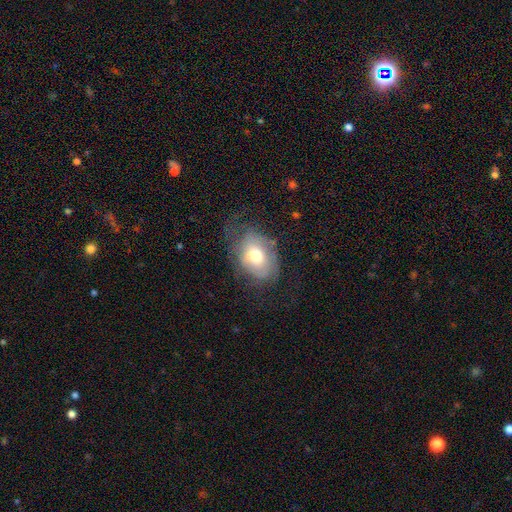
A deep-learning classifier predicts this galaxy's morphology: Q: Smooth or featured?
A: smooth (54%); runner-up: featured or disk (37%)
Q: How rounded?
A: in between (76%); runner-up: round (23%)
Q: Merging?
A: none (49%); runner-up: minor disturbance (28%)